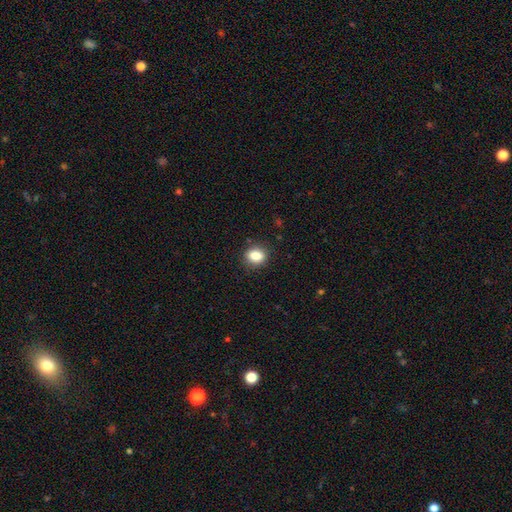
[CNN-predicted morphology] The model was most divided on "how rounded": in between: 52%, round: 47%, cigar-shaped: 1%. More confident: merging — none (86%); smooth or featured — smooth (85%).